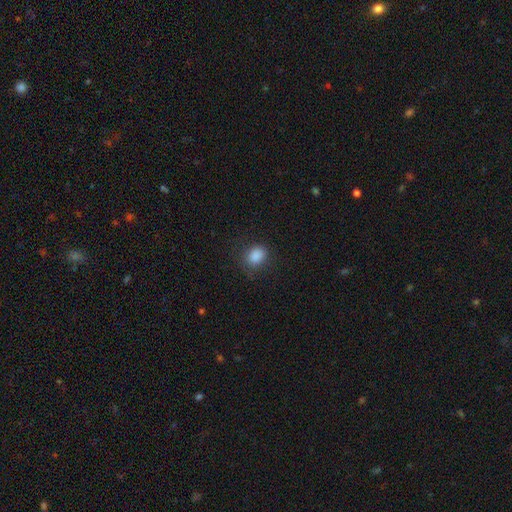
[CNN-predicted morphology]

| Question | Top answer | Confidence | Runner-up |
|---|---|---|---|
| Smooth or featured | smooth | 85% | star or artifact (11%) |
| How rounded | round | 52% | in between (47%) |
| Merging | none | 77% | minor disturbance (16%) |